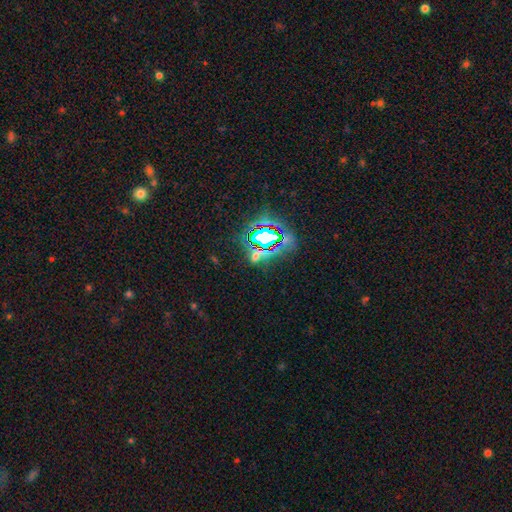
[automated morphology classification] Smooth or featured? Predicted: star or artifact (p=0.68).